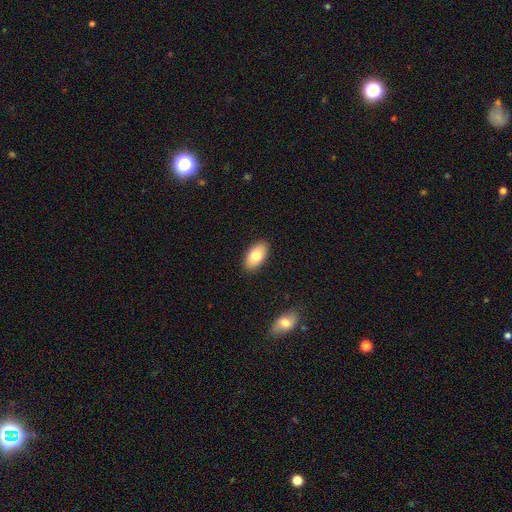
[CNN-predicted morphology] Q: Smooth or featured?
A: smooth (77%); runner-up: featured or disk (16%)
Q: How rounded?
A: in between (93%); runner-up: round (4%)
Q: Merging?
A: none (89%); runner-up: minor disturbance (8%)